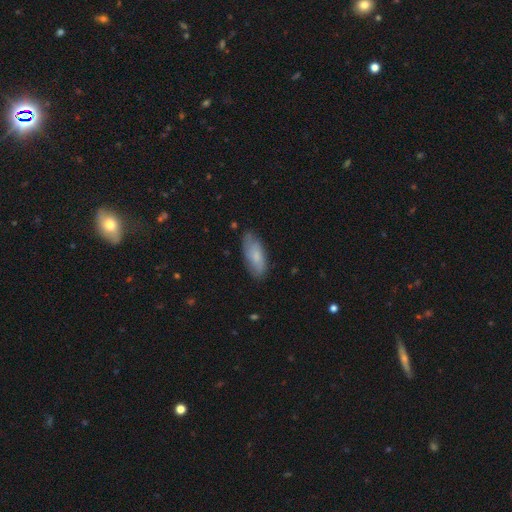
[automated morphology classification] Smooth or featured: smooth — 71% (featured or disk — 23%)
How rounded: in between — 77% (cigar-shaped — 21%)
Merging: none — 76% (minor disturbance — 19%)